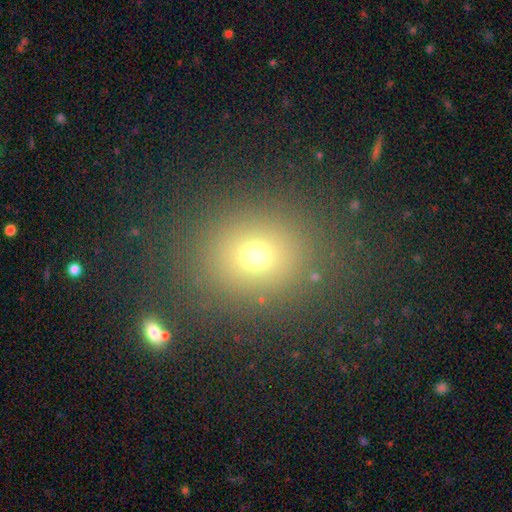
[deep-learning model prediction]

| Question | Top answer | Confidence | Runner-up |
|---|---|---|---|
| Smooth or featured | smooth | 68% | star or artifact (22%) |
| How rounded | round | 67% | in between (32%) |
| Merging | none | 85% | minor disturbance (8%) |